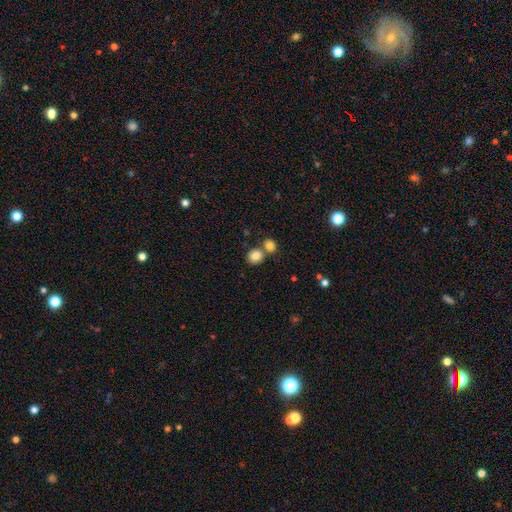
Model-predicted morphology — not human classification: smooth 85%, star or artifact 9%, featured or disk 6%. Down the decision tree: how rounded — round (73%); merging — none (55%).